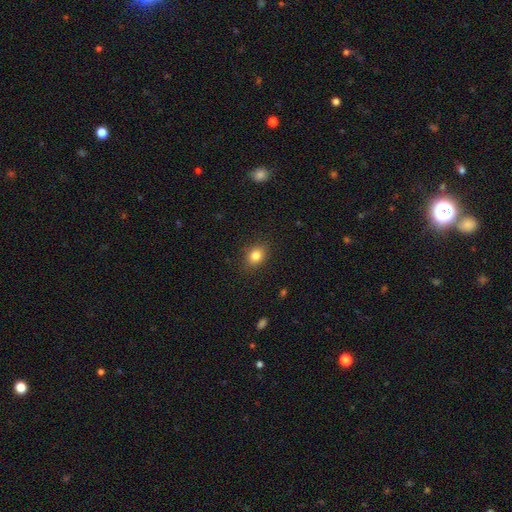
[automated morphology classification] This appears to be a smooth galaxy with no disk features (83%) that is in between round and cigar-shaped (54%). Merging: none (87%).